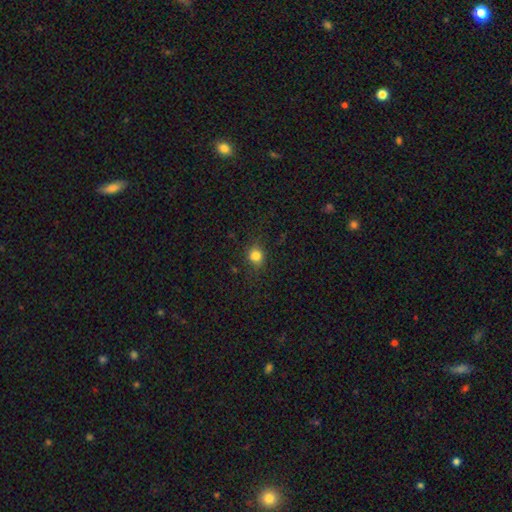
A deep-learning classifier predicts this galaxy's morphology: Smooth or featured? Predicted: smooth (p=0.81). How rounded? Predicted: round (p=0.78). Merging? Predicted: none (p=0.79).